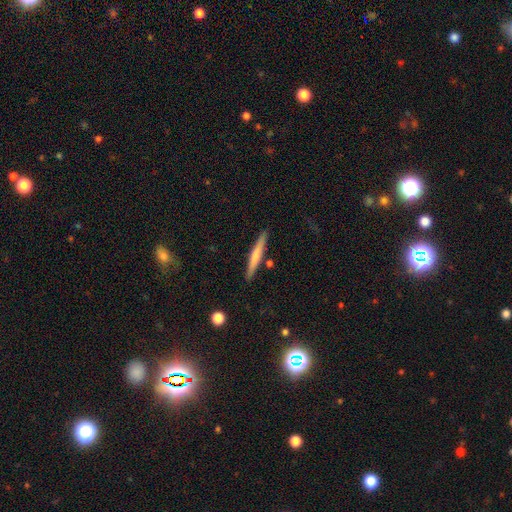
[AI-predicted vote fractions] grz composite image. It shows a smooth galaxy with no disk features (59%) that is cigar-shaped (95%). Merging: none (87%).